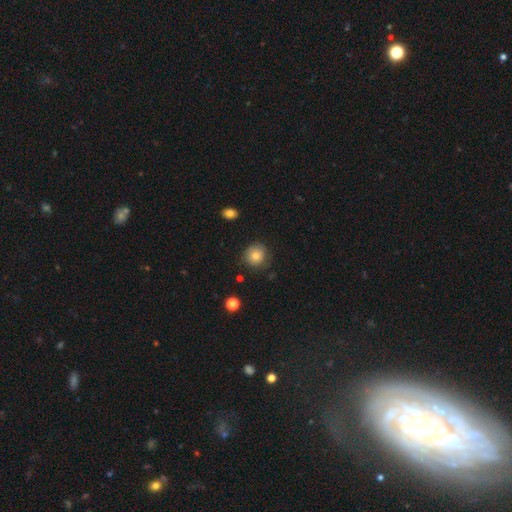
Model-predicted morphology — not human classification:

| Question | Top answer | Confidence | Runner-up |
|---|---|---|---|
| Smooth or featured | smooth | 79% | featured or disk (11%) |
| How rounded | round | 89% | in between (10%) |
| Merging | none | 80% | minor disturbance (14%) |